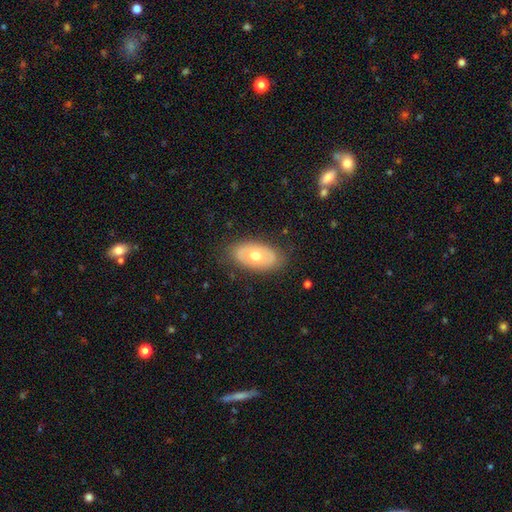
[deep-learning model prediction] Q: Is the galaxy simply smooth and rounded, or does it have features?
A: smooth — 47%, tied with featured or disk.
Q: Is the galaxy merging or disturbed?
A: none — 80%.